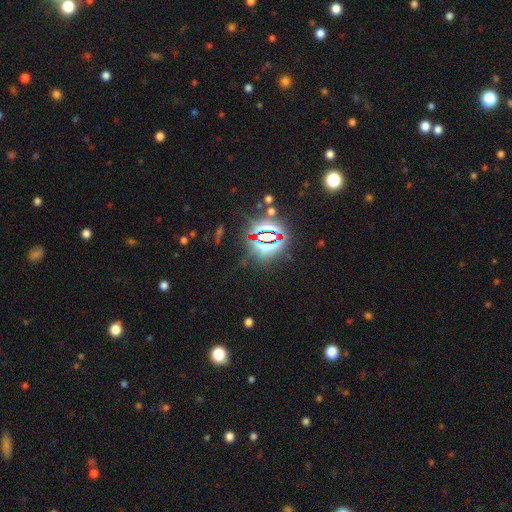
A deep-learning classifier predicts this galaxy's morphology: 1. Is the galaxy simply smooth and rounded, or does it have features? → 83% star or artifact, 10% smooth, 7% featured or disk.